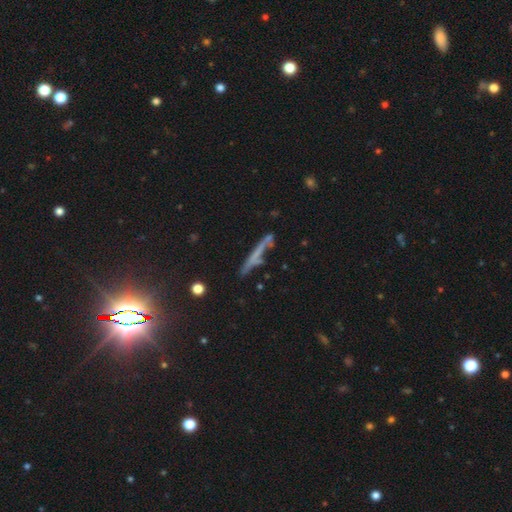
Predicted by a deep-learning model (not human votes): The model was most divided on "smooth or featured": featured or disk: 46%, smooth: 45%, star or artifact: 9%. More confident: merging — none (65%).